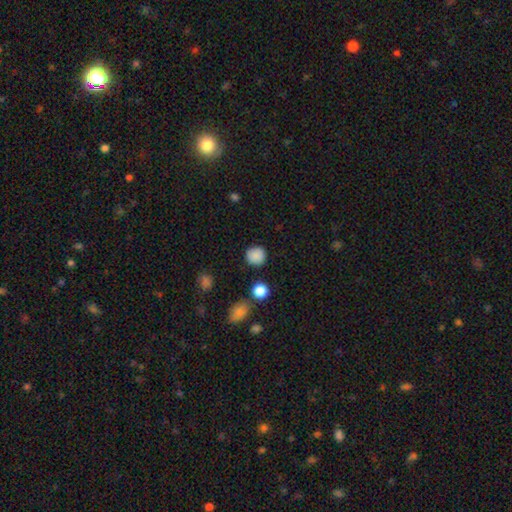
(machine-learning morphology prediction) A smooth galaxy with no disk features (86%) that is round (91%).

Vote fractions:
- Smooth or featured? smooth: 86% / star or artifact: 10% / featured or disk: 4%
- How rounded? round: 91% / in between: 8% / cigar-shaped: 1%
- Merging? none: 86% / minor disturbance: 9% / major disturbance: 3% / merger: 2%